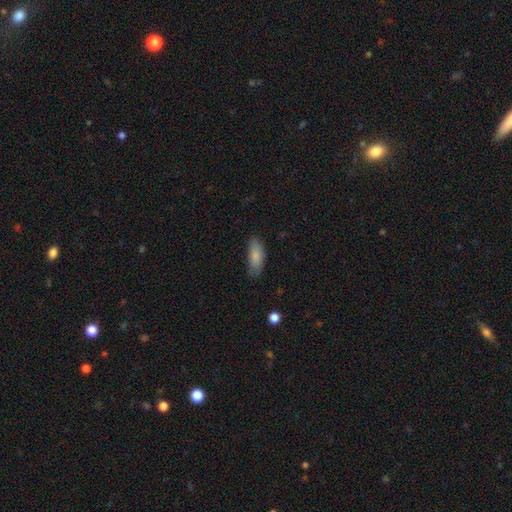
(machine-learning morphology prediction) A smooth galaxy with no disk features (83%) that is in between round and cigar-shaped (79%).

Vote fractions:
- Smooth or featured? smooth: 83% / featured or disk: 10% / star or artifact: 6%
- How rounded? in between: 79% / cigar-shaped: 19% / round: 2%
- Merging? none: 71% / minor disturbance: 23% / major disturbance: 4% / merger: 1%